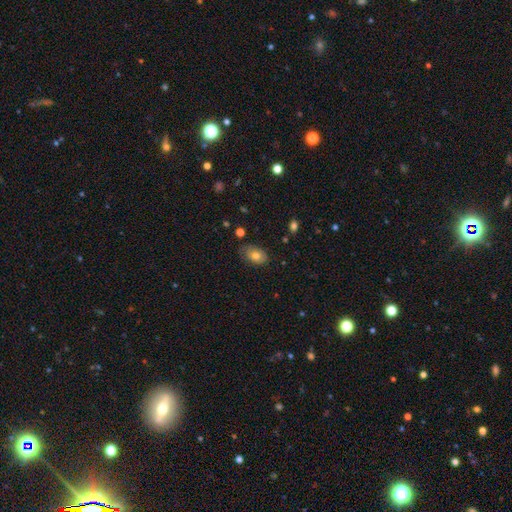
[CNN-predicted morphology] Q: Smooth or featured?
A: smooth (74%); runner-up: featured or disk (17%)
Q: How rounded?
A: in between (88%); runner-up: round (11%)
Q: Merging?
A: none (71%); runner-up: minor disturbance (23%)